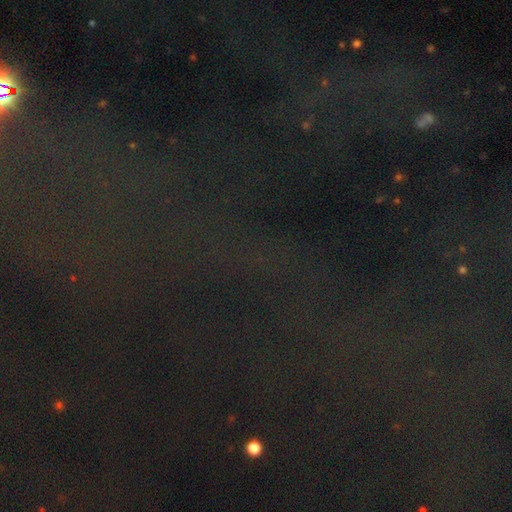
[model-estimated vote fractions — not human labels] Smooth or featured? star or artifact (81%)